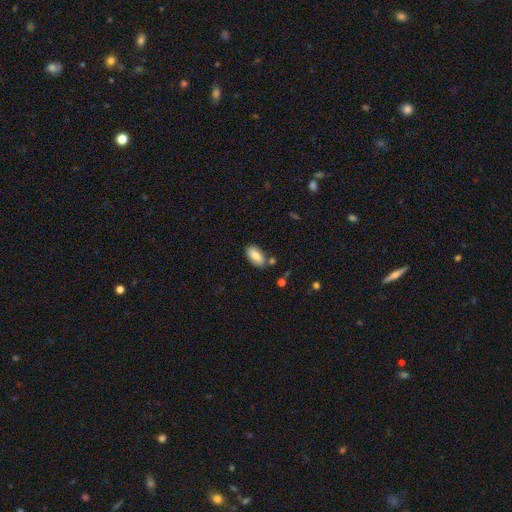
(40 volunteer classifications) Overall: smooth (80%). How rounded: in between (94%). Merging: none (81%).